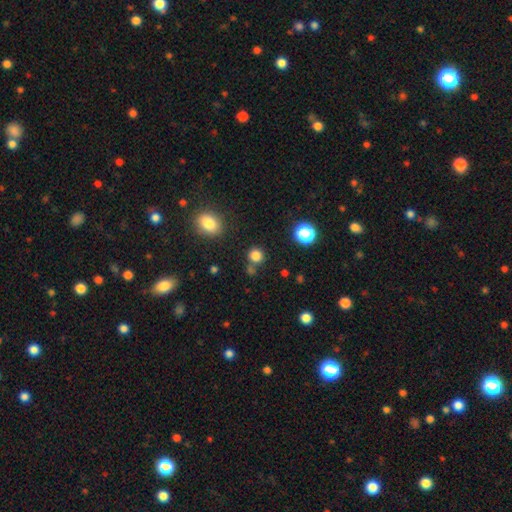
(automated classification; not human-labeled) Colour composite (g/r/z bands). It shows a smooth galaxy with no disk features (80%) that is round (88%). Merging: none (74%).